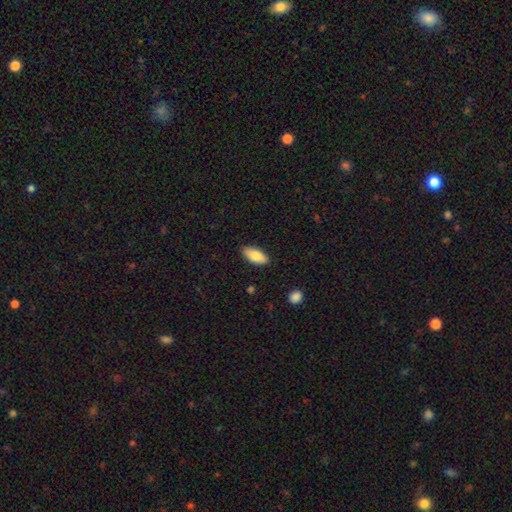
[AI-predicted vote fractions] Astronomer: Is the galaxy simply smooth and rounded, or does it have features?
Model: smooth — 83%.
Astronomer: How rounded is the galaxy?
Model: in between — 87%.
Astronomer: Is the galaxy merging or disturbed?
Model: none — 87%.